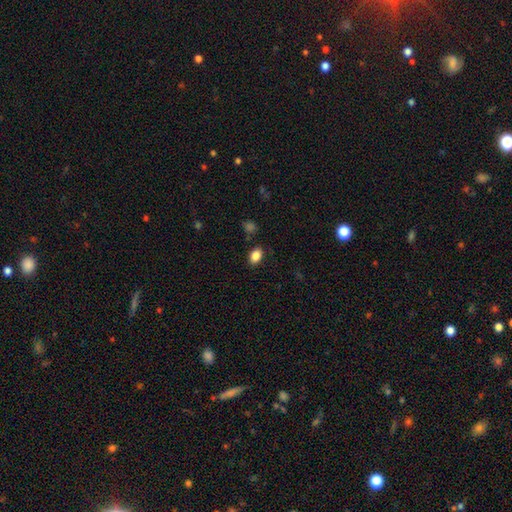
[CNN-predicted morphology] Q: Smooth or featured?
A: smooth (86%); runner-up: star or artifact (9%)
Q: How rounded?
A: in between (83%); runner-up: round (16%)
Q: Merging?
A: none (86%); runner-up: minor disturbance (10%)